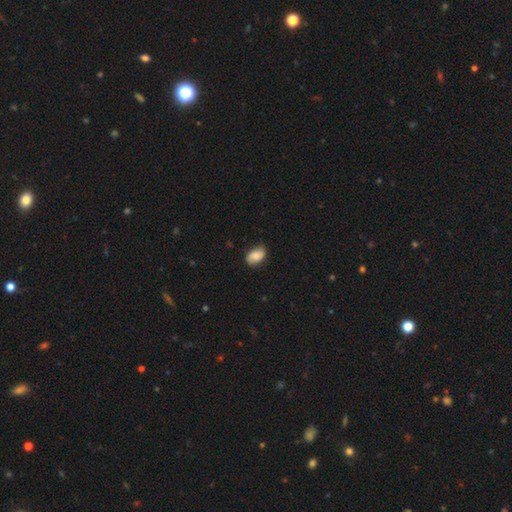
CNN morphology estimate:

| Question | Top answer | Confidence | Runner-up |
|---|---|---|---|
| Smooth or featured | smooth | 75% | featured or disk (17%) |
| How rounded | in between | 88% | round (11%) |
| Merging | none | 76% | minor disturbance (19%) |